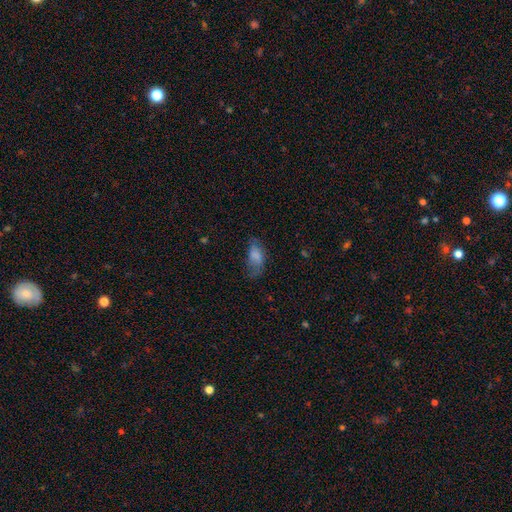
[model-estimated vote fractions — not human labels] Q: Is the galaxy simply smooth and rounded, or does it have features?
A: smooth — 73%.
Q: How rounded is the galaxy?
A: in between — 91%.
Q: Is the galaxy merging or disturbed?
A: none — 43%.